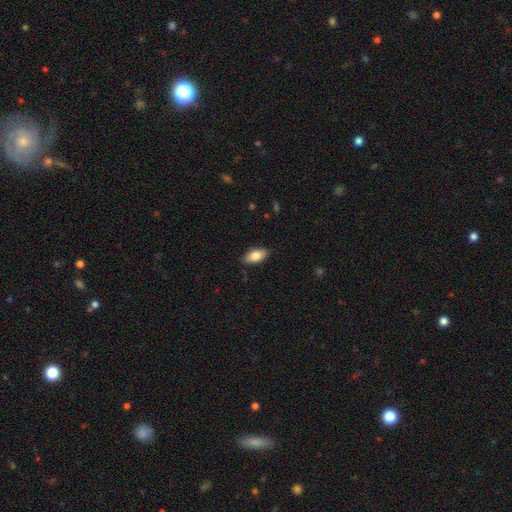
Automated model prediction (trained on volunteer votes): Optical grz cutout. It shows a smooth galaxy with no disk features (81%) that is in between round and cigar-shaped (90%). Merging: none (87%).